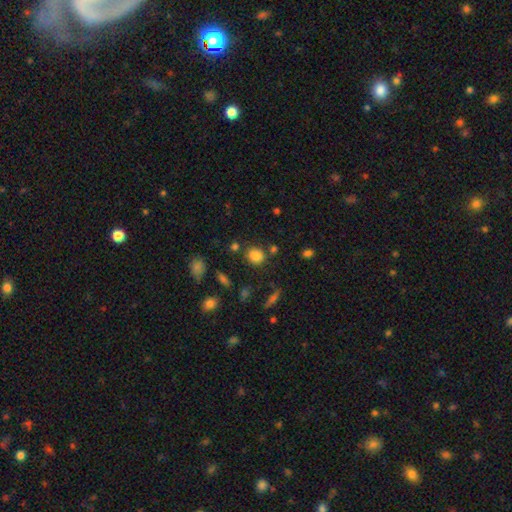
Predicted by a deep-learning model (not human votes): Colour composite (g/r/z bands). It shows a smooth galaxy with no disk features (82%) that is round (60%). Merging: none (75%).